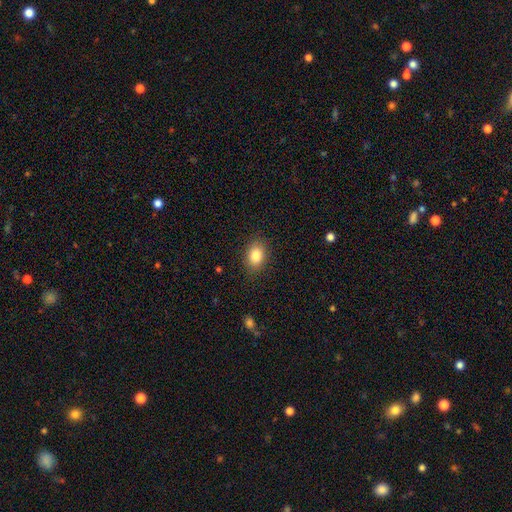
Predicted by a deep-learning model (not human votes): The model was most divided on "how rounded": in between: 72%, round: 27%, cigar-shaped: 1%. More confident: merging — none (86%); smooth or featured — smooth (84%).